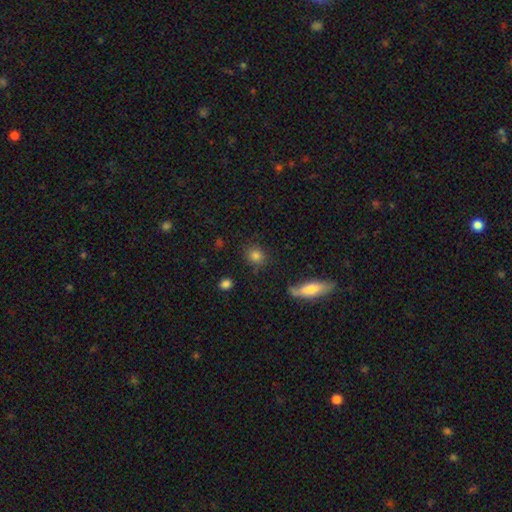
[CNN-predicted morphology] smooth 82%, star or artifact 11%, featured or disk 8%. Down the decision tree: how rounded — round (76%); merging — none (83%).